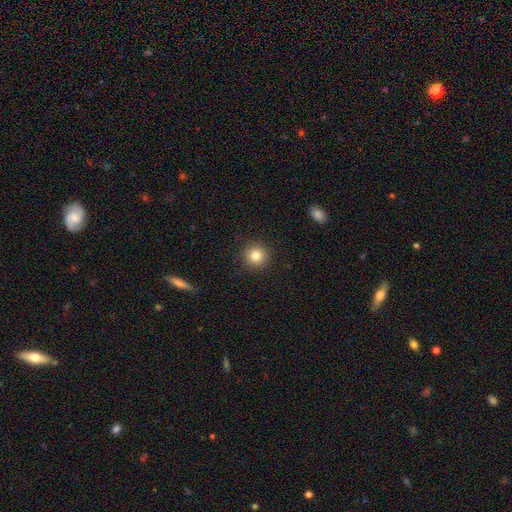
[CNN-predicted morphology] This appears to be a smooth galaxy with no disk features (83%) that is round (94%). Merging: none (91%).